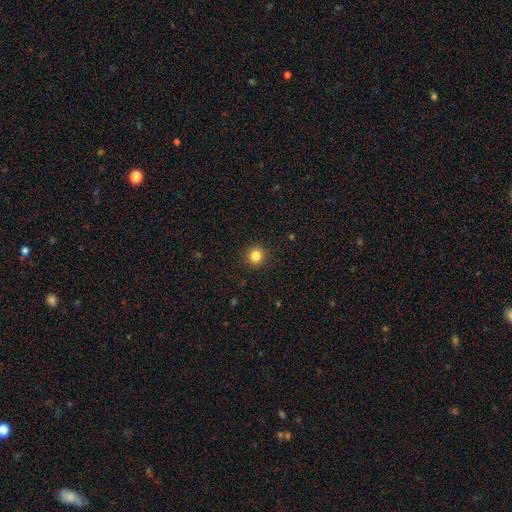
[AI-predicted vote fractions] Smooth or featured: smooth — 84% (star or artifact — 12%)
How rounded: round — 92% (in between — 8%)
Merging: none — 92% (minor disturbance — 5%)